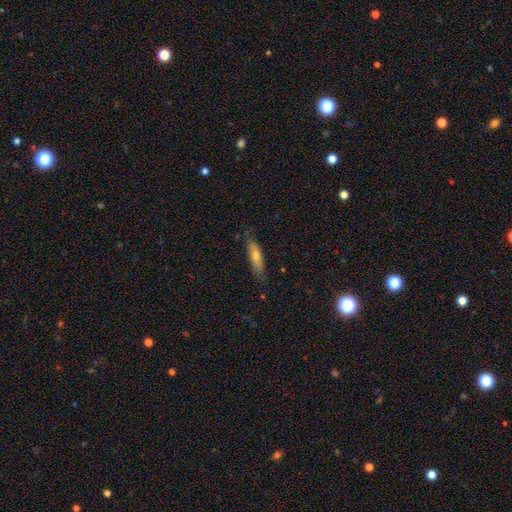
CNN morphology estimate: A smooth galaxy with no disk features (67%) that is cigar-shaped (60%). Merging: none (75%).